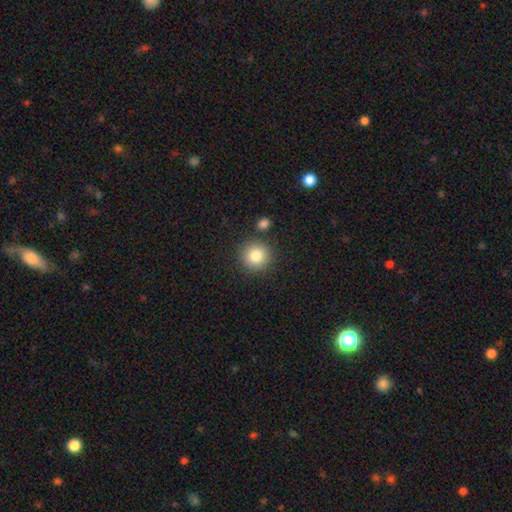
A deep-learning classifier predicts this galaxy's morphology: type=smooth (84%); roundness=round (94%); merging=none (84%).